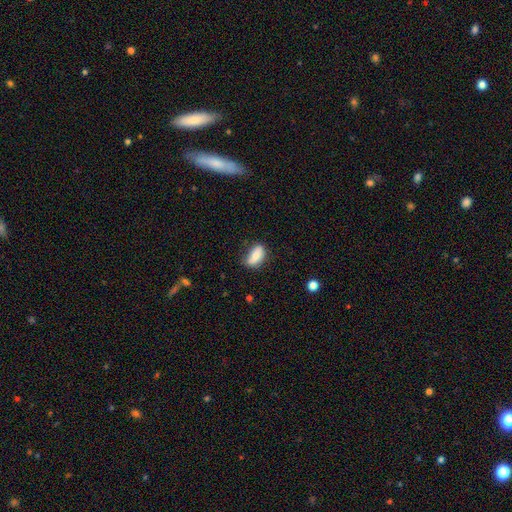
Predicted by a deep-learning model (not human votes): This is likely a smooth galaxy (75%). How rounded: clearly in between (88%). Merging: possibly none (56%).